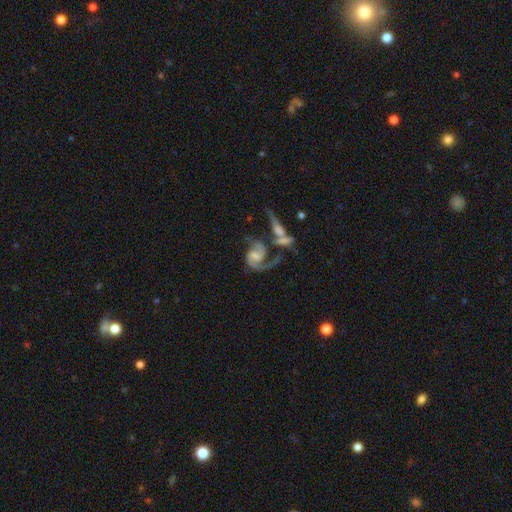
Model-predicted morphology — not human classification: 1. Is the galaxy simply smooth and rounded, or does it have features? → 87% featured or disk, 8% smooth, 5% star or artifact.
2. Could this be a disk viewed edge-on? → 97% no, 3% yes.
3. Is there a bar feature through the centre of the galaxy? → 44% weak, 42% no, 13% strong.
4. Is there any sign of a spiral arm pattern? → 96% yes, 4% no.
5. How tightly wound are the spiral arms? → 51% medium, 25% tight, 25% loose.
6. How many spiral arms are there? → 77% 2, 15% 1, 4% can't tell, 2% 3, 1% 4, 1% more than 4.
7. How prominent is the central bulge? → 40% moderate, 30% small, 19% none, 10% large, 2% dominant.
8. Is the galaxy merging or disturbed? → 36% merger, 30% none, 20% major disturbance, 14% minor disturbance.